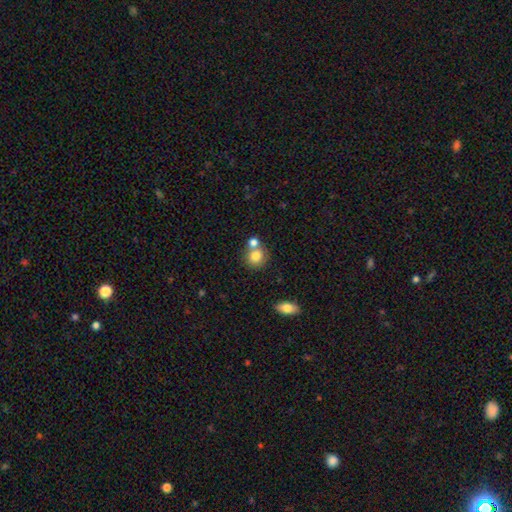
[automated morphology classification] smooth 80%, featured or disk 11%, star or artifact 10%. Down the decision tree: how rounded — round (81%); merging — none (52%).